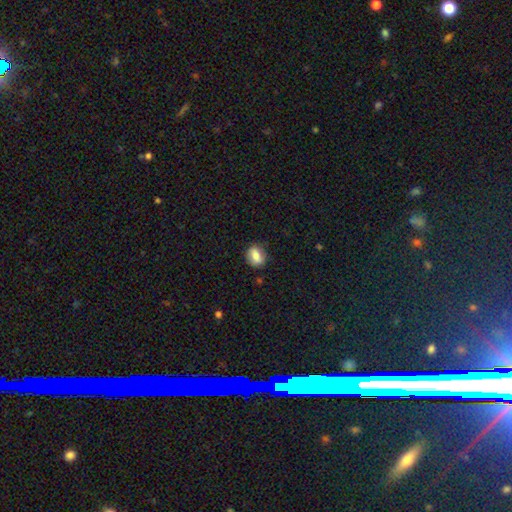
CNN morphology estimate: A smooth galaxy with no disk features (79%) that is in between round and cigar-shaped (55%).

Vote fractions:
- Smooth or featured? smooth: 79% / featured or disk: 13% / star or artifact: 8%
- How rounded? in between: 55% / round: 42% / cigar-shaped: 2%
- Merging? none: 78% / minor disturbance: 16% / major disturbance: 4% / merger: 2%